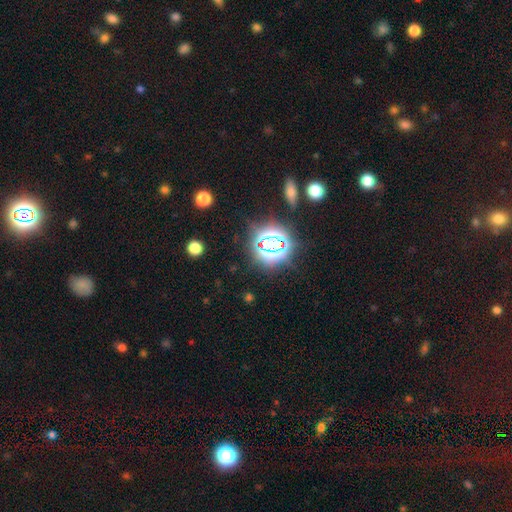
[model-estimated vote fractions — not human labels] star or artifact 77%, smooth 16%, featured or disk 7%.